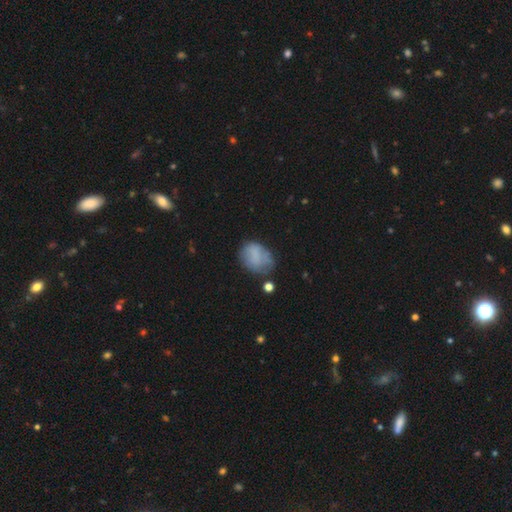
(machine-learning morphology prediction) The model was most divided on "merging": none: 48%, minor disturbance: 31%, major disturbance: 14%, merger: 7%. More confident: smooth or featured — smooth (73%); how rounded — in between (63%).